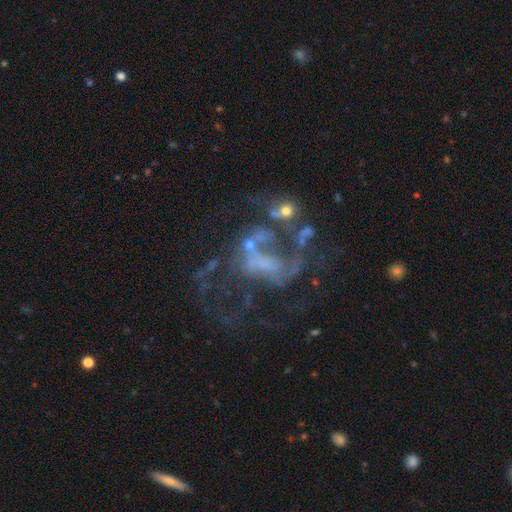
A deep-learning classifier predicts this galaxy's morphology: A featured or disk galaxy (75%) with no bar (57%), spiral arms (57%) and no central bulge (52%).

Vote fractions:
- Smooth or featured? featured or disk: 75% / star or artifact: 15% / smooth: 9%
- Edge-on disk? no: 98% / yes: 2%
- Bar? no: 57% / weak: 30% / strong: 13%
- Spiral arms? yes: 57% / no: 43%
- Bulge size? none: 52% / small: 26% / moderate: 17% / large: 3% / dominant: 1%
- Merging? major disturbance: 38% / none: 34% / merger: 15% / minor disturbance: 14%